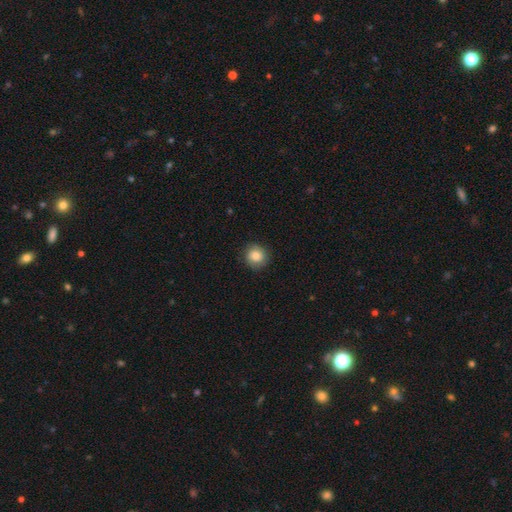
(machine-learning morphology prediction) Smooth or featured: smooth — 81% (featured or disk — 11%)
How rounded: round — 90% (in between — 10%)
Merging: none — 85% (minor disturbance — 11%)